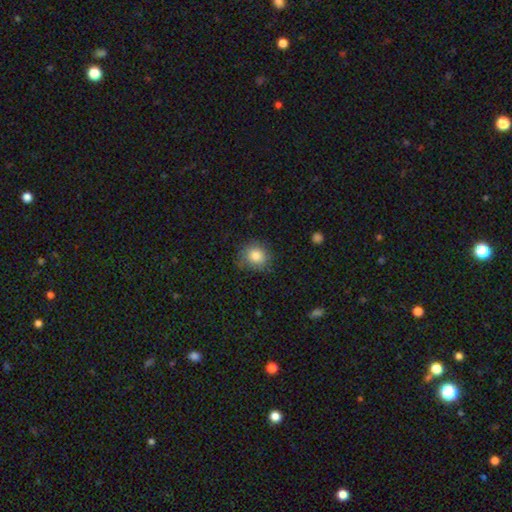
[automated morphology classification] type=smooth (83%); roundness=round (80%); merging=none (76%).